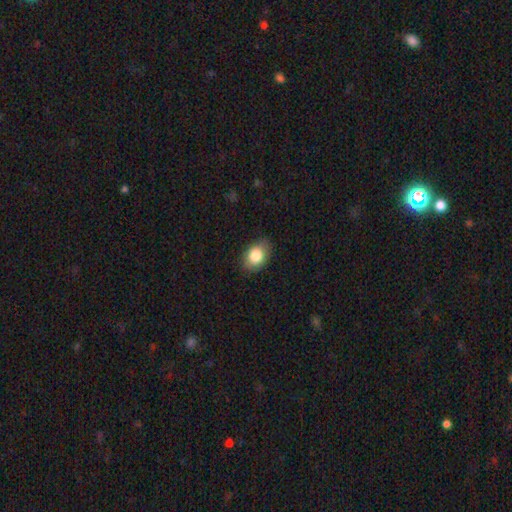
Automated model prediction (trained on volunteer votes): A smooth galaxy with no disk features (83%) that is in between round and cigar-shaped (77%).

Vote fractions:
- Smooth or featured? smooth: 83% / featured or disk: 9% / star or artifact: 8%
- How rounded? in between: 77% / round: 22% / cigar-shaped: 1%
- Merging? none: 80% / minor disturbance: 16% / major disturbance: 3% / merger: 1%